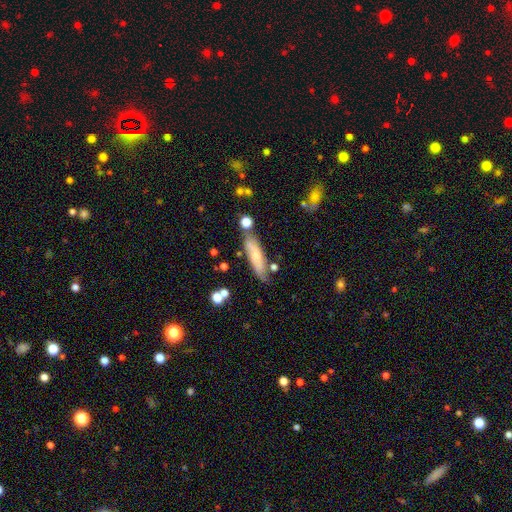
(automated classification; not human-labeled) Overall: smooth (57%; featured or disk 36%). How rounded: cigar-shaped (64%; in between 34%). Merging: none (66%).